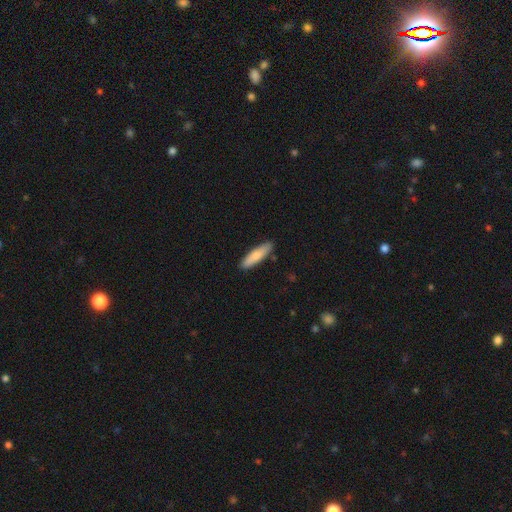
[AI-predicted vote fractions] Q: Smooth or featured?
A: smooth (78%); runner-up: featured or disk (17%)
Q: How rounded?
A: cigar-shaped (70%); runner-up: in between (29%)
Q: Merging?
A: none (88%); runner-up: minor disturbance (9%)